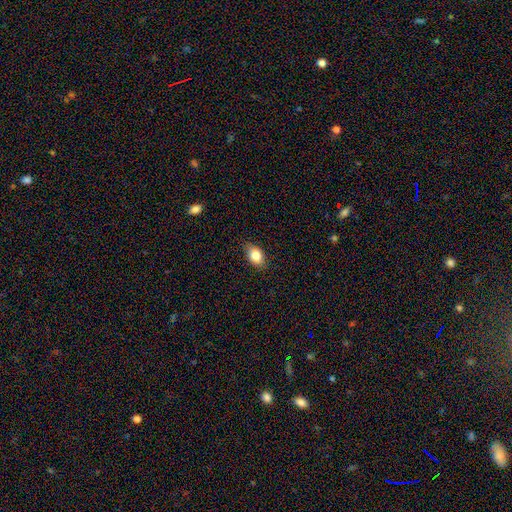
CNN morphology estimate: A smooth galaxy with no disk features (84%) that is in between round and cigar-shaped (83%). Merging: none (84%).